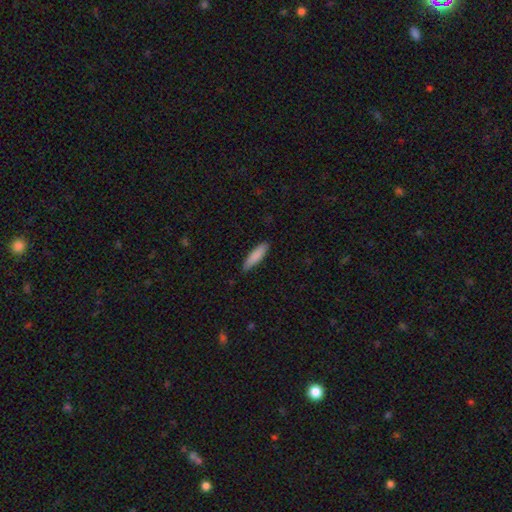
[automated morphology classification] smooth_or_featured: smooth (p=0.86) [alt: featured or disk p=0.08]
how_rounded: cigar-shaped (p=0.71) [alt: in between p=0.28]
merging: none (p=0.85) [alt: minor disturbance p=0.12]